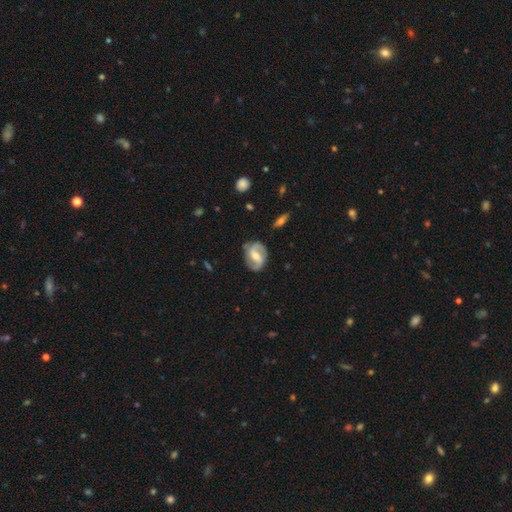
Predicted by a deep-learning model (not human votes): Smooth or featured: featured or disk — 80% (smooth — 15%)
Edge-on disk: no — 97% (yes — 3%)
Bar: weak — 45% (strong — 33%)
Spiral arms: yes — 93% (no — 7%)
Spiral winding: medium — 46% (loose — 31%)
Spiral arm count: 2 — 90% (can't tell — 5%)
Bulge size: moderate — 58% (small — 33%)
Merging: none — 77% (minor disturbance — 16%)